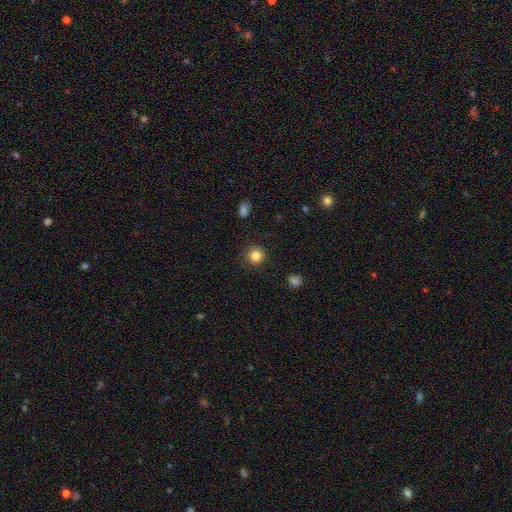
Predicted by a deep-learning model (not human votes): This appears to be a smooth galaxy with no disk features (83%) that is round (94%). Merging: none (91%).